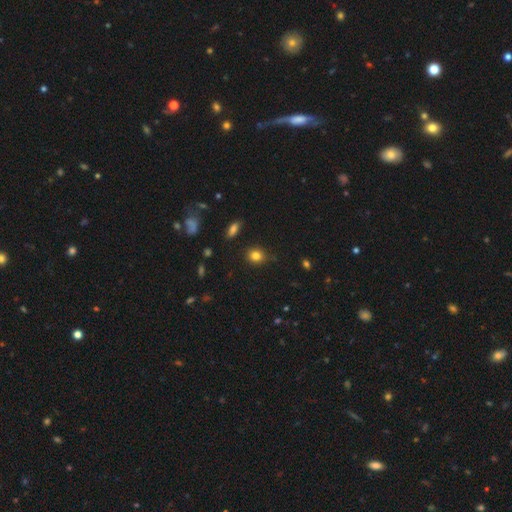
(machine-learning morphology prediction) This is clearly a smooth galaxy (83%). How rounded: likely round (72%). Merging: clearly none (81%).